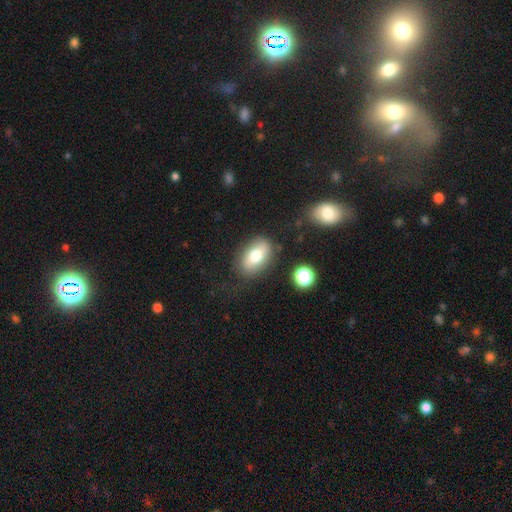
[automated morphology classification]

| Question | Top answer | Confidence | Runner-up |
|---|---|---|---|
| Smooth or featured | smooth | 72% | featured or disk (19%) |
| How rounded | in between | 88% | round (10%) |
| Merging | none | 78% | minor disturbance (14%) |